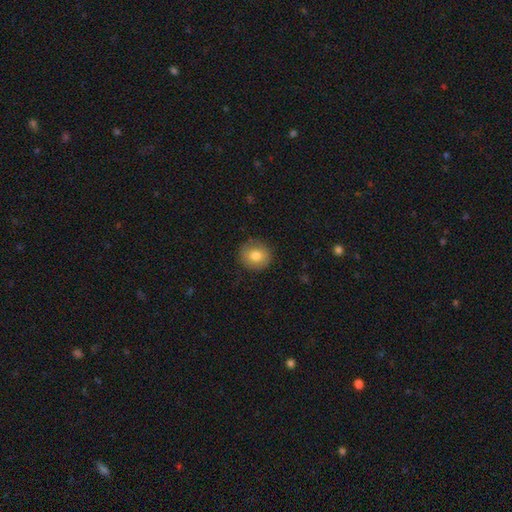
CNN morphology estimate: smooth_or_featured: smooth (p=0.78) [alt: featured or disk p=0.14]
how_rounded: round (p=0.85) [alt: in between p=0.14]
merging: none (p=0.87) [alt: minor disturbance p=0.09]